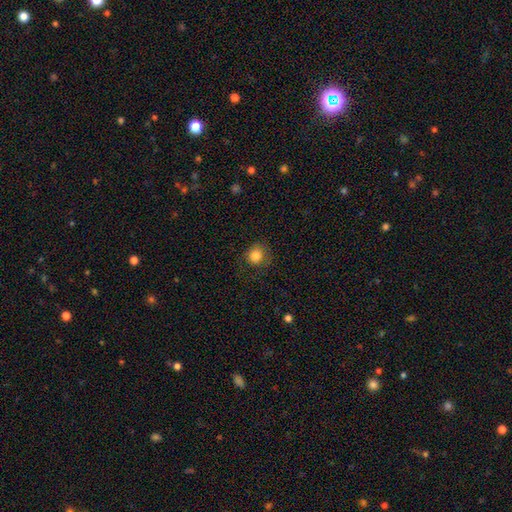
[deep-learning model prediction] Smooth or featured? Predicted: smooth (p=0.83). How rounded? Predicted: round (p=0.87). Merging? Predicted: none (p=0.76).